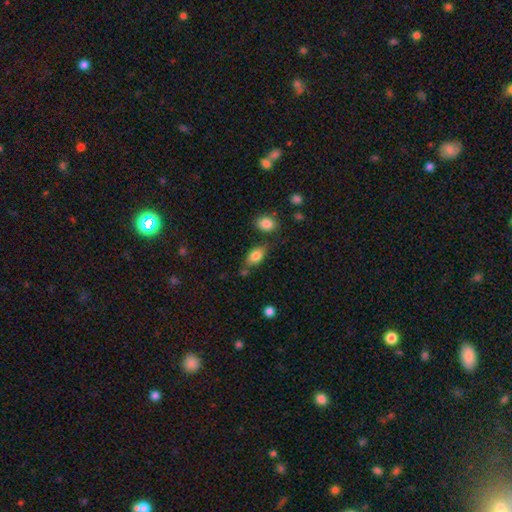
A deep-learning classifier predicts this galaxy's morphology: Smooth or featured?
  - smooth: 81% *
  - featured or disk: 11%
  - star or artifact: 8%
How rounded?
  - in between: 87% *
  - round: 9%
  - cigar-shaped: 4%
Merging?
  - none: 66% *
  - minor disturbance: 18%
  - merger: 11%
  - major disturbance: 5%